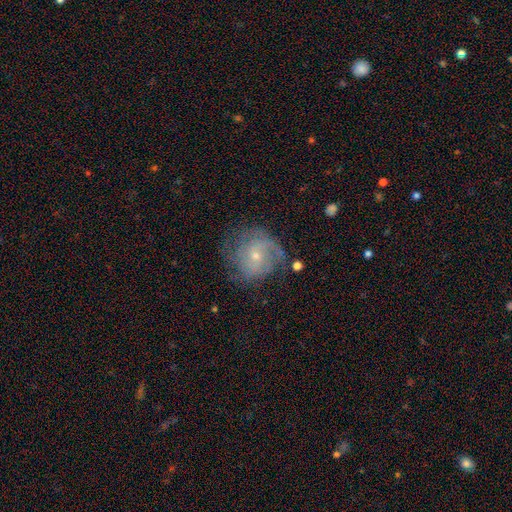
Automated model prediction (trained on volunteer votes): Overall: featured or disk (69%). Edge-on disk: no (97%). Bar: no (70%). Spiral arms: yes (85%). Spiral arm count: can't tell (42%; 2 28%). Spiral winding: tight (51%; medium 34%). Bulge size: small (68%; moderate 28%). Merging: none (63%).